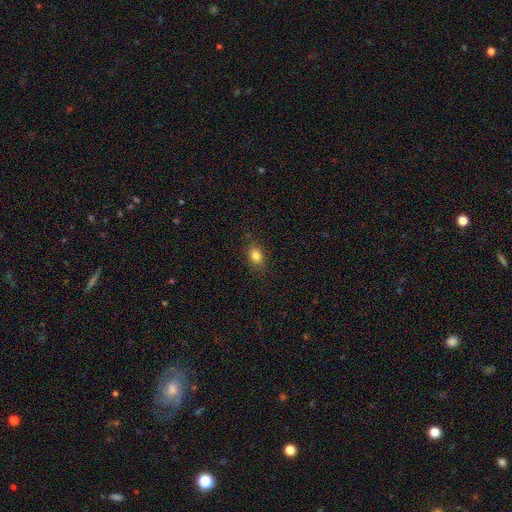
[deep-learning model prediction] Smooth or featured?
  - smooth: 82% *
  - star or artifact: 11%
  - featured or disk: 7%
How rounded?
  - in between: 64% *
  - round: 34%
  - cigar-shaped: 2%
Merging?
  - none: 85% *
  - minor disturbance: 11%
  - major disturbance: 3%
  - merger: 1%